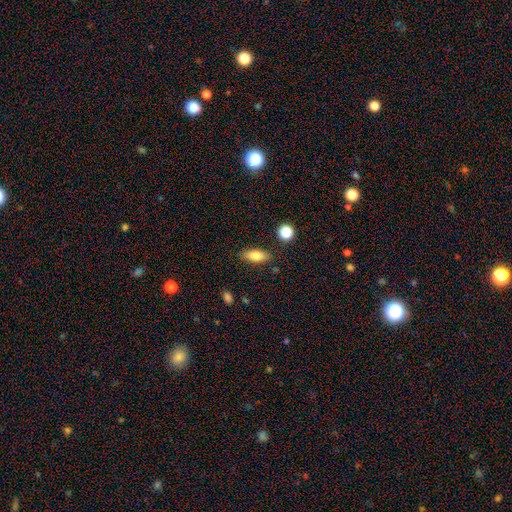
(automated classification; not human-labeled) A smooth galaxy with no disk features (76%) that is in between round and cigar-shaped (72%).

Vote fractions:
- Smooth or featured? smooth: 76% / featured or disk: 16% / star or artifact: 8%
- How rounded? in between: 72% / cigar-shaped: 24% / round: 4%
- Merging? none: 84% / minor disturbance: 11% / major disturbance: 3% / merger: 2%